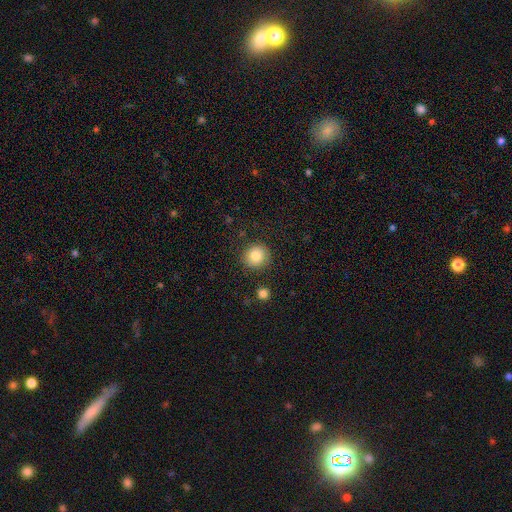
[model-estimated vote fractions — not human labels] smooth_or_featured: smooth (p=0.83) [alt: star or artifact p=0.09]
how_rounded: round (p=0.92) [alt: in between p=0.08]
merging: none (p=0.87) [alt: minor disturbance p=0.08]